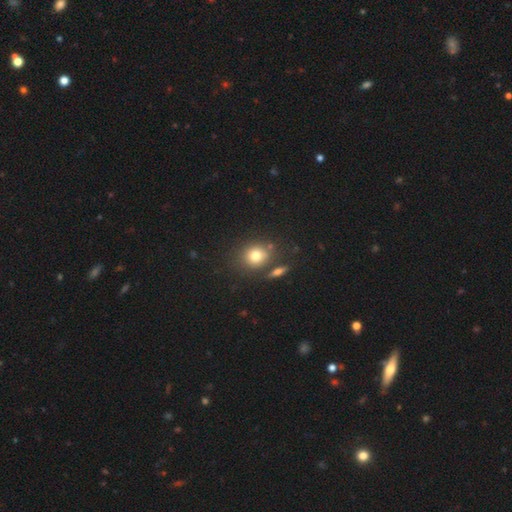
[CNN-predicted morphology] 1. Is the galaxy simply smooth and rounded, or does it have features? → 77% smooth, 12% star or artifact, 11% featured or disk.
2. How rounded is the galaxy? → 78% round, 21% in between, 1% cigar-shaped.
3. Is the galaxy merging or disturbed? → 70% none, 14% merger, 11% minor disturbance, 4% major disturbance.